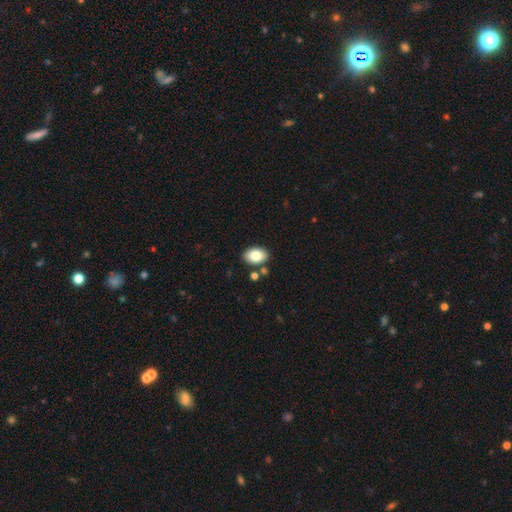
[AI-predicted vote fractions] Smooth or featured?
  - smooth: 83% *
  - featured or disk: 10%
  - star or artifact: 7%
How rounded?
  - in between: 86% *
  - round: 12%
  - cigar-shaped: 1%
Merging?
  - none: 81% *
  - minor disturbance: 10%
  - merger: 6%
  - major disturbance: 2%